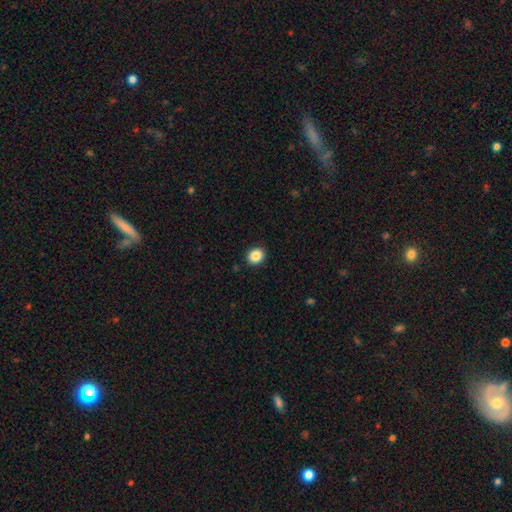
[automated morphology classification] A smooth galaxy with no disk features (86%) that is round (64%). Merging: none (91%).